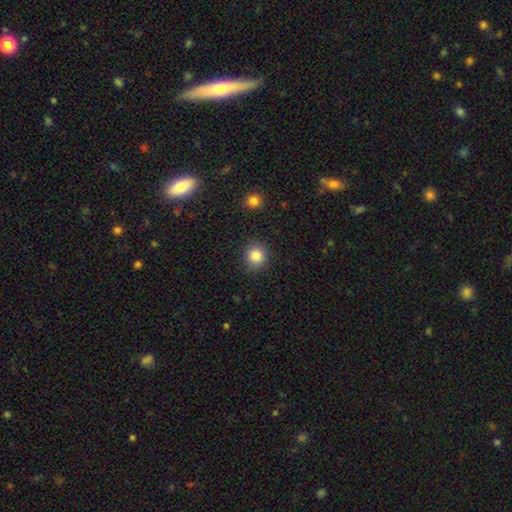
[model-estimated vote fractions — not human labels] Overall: smooth (85%). How rounded: round (89%). Merging: none (89%).